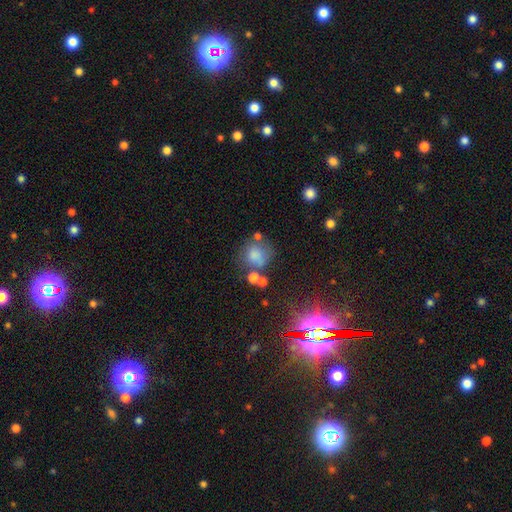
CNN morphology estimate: smooth_or_featured: smooth (p=0.72) [alt: star or artifact p=0.14]
how_rounded: round (p=0.80) [alt: in between p=0.18]
merging: none (p=0.49) [alt: minor disturbance p=0.20]